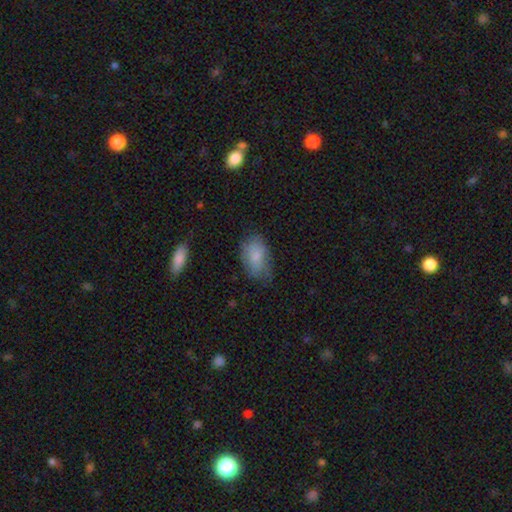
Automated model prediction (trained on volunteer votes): Morphology: type=smooth (78%); roundness=in between (91%); merging=none (60%).